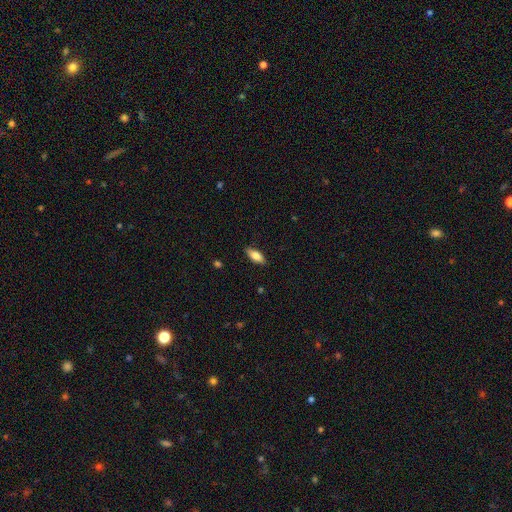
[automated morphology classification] This is likely a smooth galaxy (79%). How rounded: clearly in between (81%). Merging: clearly none (85%).